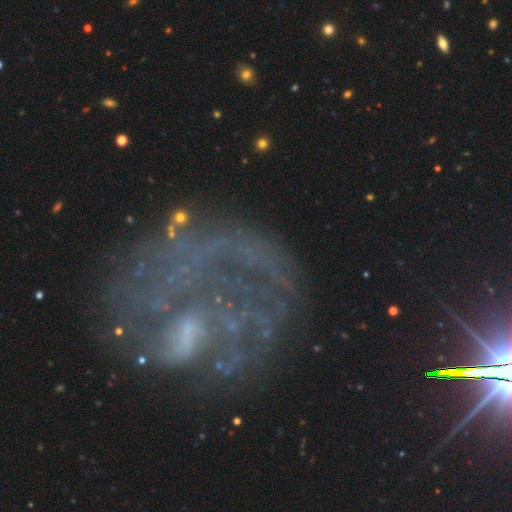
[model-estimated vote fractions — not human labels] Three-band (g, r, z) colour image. It shows a featured or disk galaxy (70%) with no bar (59%), spiral arms (56%) and no central bulge (39%). Merging: none (41%).